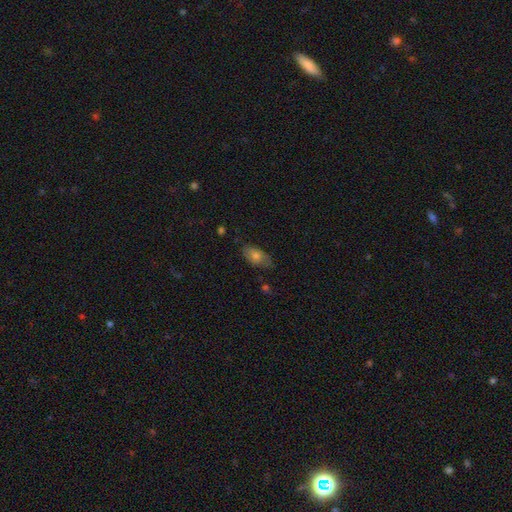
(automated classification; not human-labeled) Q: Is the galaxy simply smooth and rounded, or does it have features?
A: smooth — 70%.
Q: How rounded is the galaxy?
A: in between — 89%.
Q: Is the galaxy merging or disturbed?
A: none — 71%.